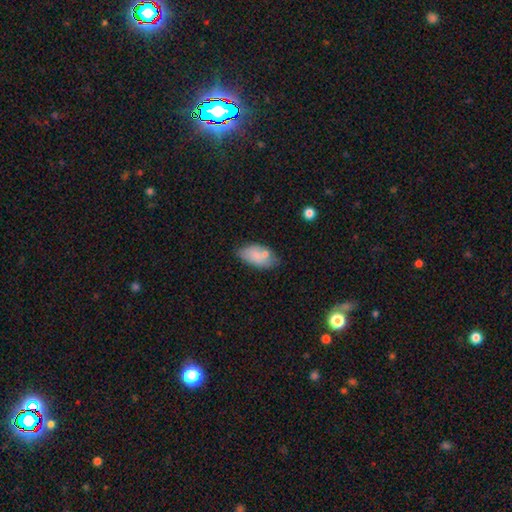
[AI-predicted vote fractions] A smooth galaxy with no disk features (77%) that is in between round and cigar-shaped (93%). Merging: none (62%).